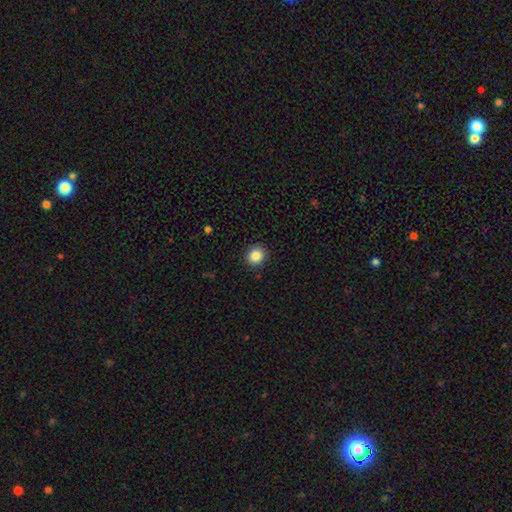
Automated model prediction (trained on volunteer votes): A smooth galaxy with no disk features (86%) that is round (87%). Merging: none (92%).